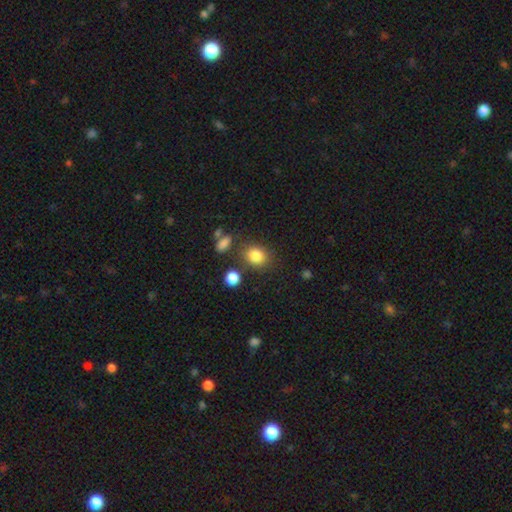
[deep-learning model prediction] Overall: smooth (84%). How rounded: round (58%; in between 40%). Merging: none (75%).